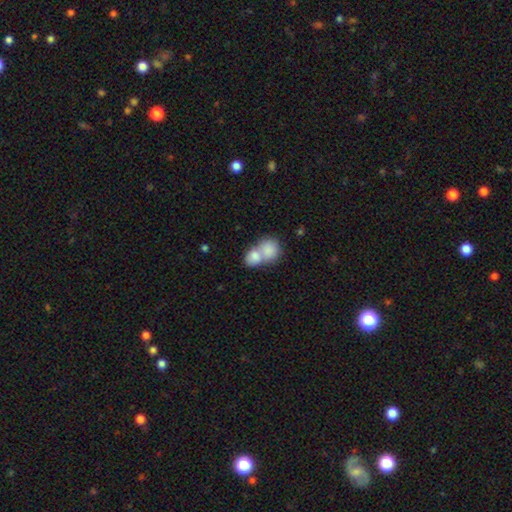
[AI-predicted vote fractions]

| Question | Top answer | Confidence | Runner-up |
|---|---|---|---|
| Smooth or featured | smooth | 80% | featured or disk (13%) |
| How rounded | round | 51% | in between (47%) |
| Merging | merger | 70% | none (21%) |